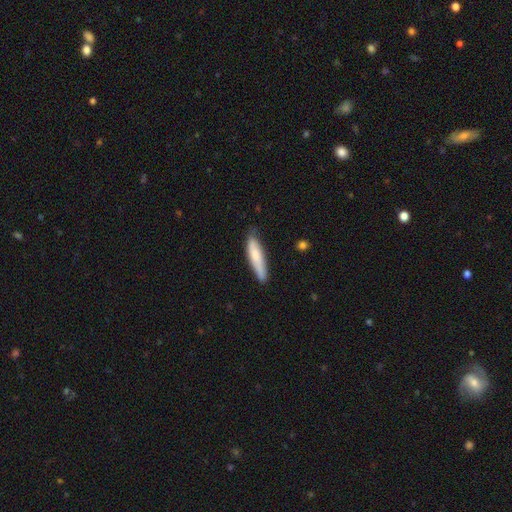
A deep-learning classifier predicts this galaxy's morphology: smooth_or_featured: smooth (p=0.75) [alt: featured or disk p=0.19]
how_rounded: cigar-shaped (p=0.79) [alt: in between p=0.20]
merging: none (p=0.71) [alt: minor disturbance p=0.24]